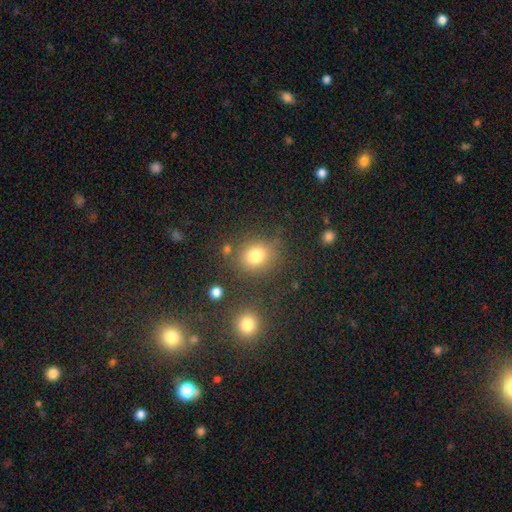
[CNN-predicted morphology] Smooth or featured: smooth — 78% (star or artifact — 14%)
How rounded: round — 74% (in between — 24%)
Merging: none — 77% (minor disturbance — 11%)